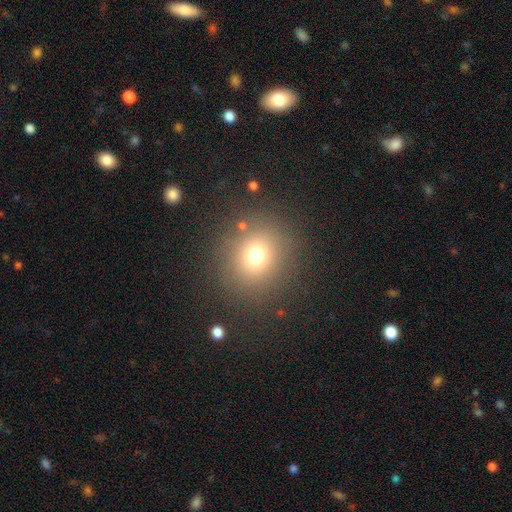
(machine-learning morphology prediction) type=smooth (72%); roundness=round (87%); merging=none (85%).